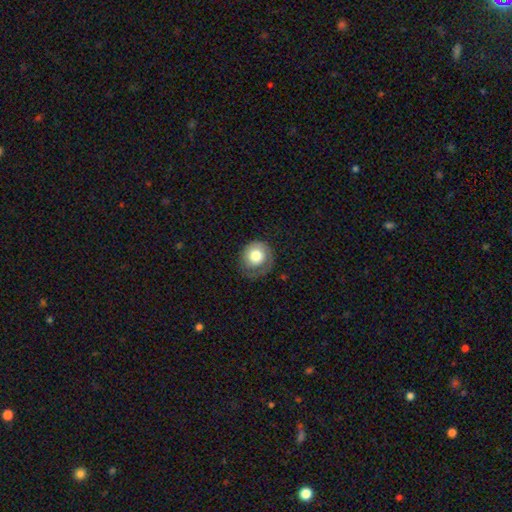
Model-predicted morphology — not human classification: A smooth galaxy with no disk features (69%) that is round (85%). Merging: none (56%).